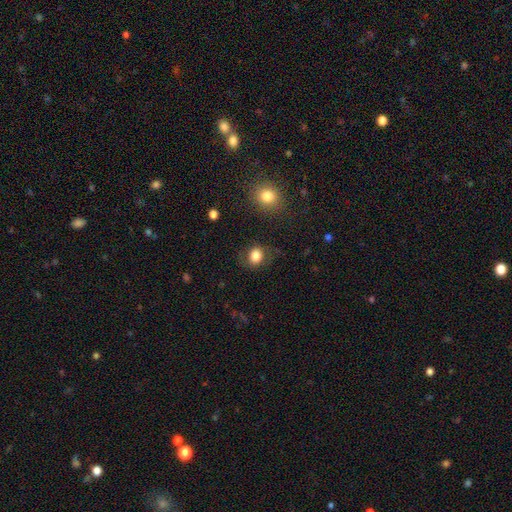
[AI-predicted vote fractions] A smooth galaxy with no disk features (83%) that is round (61%). Merging: none (77%).